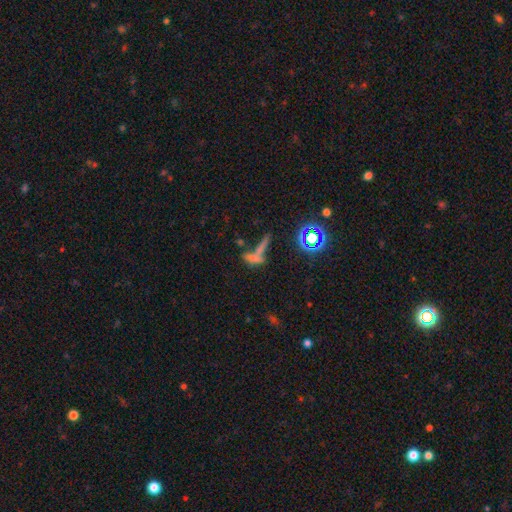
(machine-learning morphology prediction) Overall: smooth (50%; star or artifact 28%). How rounded: cigar-shaped (60%; in between 29%). Merging: merger (44%; none 35%).